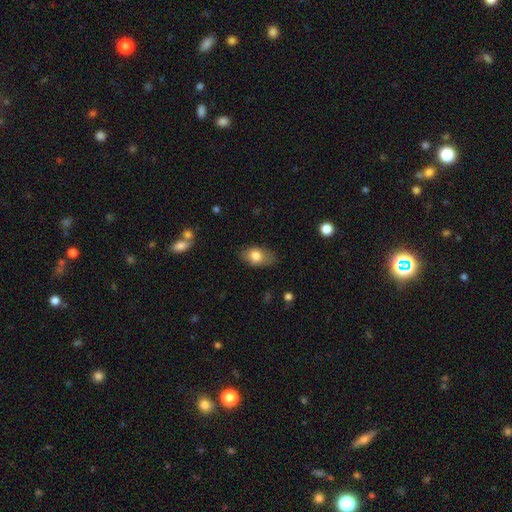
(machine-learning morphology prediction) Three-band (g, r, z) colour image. It shows a smooth galaxy with no disk features (78%) that is in between round and cigar-shaped (87%). Merging: none (71%).